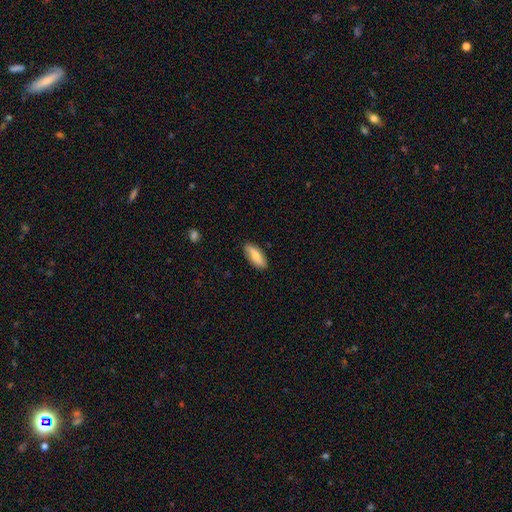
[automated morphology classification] A smooth galaxy with no disk features (75%) that is in between round and cigar-shaped (78%). Merging: none (87%).